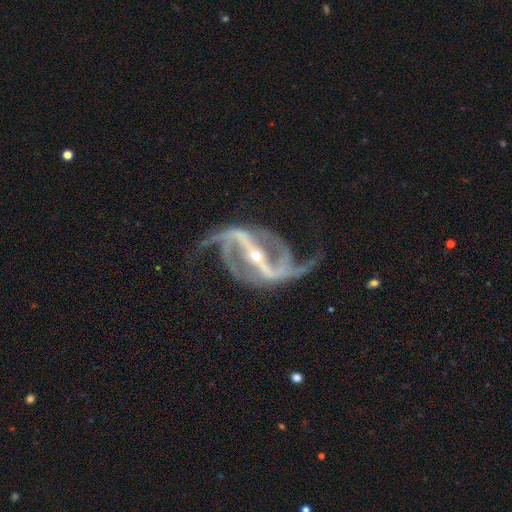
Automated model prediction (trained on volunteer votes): Q: Smooth or featured?
A: featured or disk (94%); runner-up: star or artifact (5%)
Q: Edge-on disk?
A: no (96%); runner-up: yes (4%)
Q: Bar?
A: strong (86%); runner-up: weak (10%)
Q: Spiral arms?
A: yes (98%); runner-up: no (2%)
Q: Spiral winding?
A: medium (43%); runner-up: loose (42%)
Q: Spiral arm count?
A: 2 (86%); runner-up: 3 (5%)
Q: Bulge size?
A: small (74%); runner-up: moderate (23%)
Q: Merging?
A: none (66%); runner-up: minor disturbance (18%)